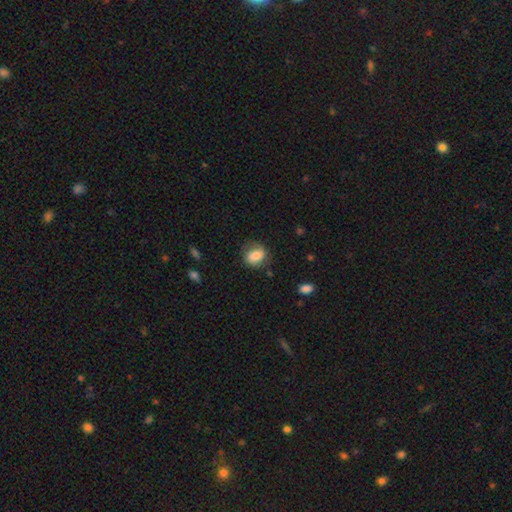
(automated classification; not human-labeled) This appears to be a smooth galaxy with no disk features (81%) that is in between round and cigar-shaped (68%). Merging: none (66%).